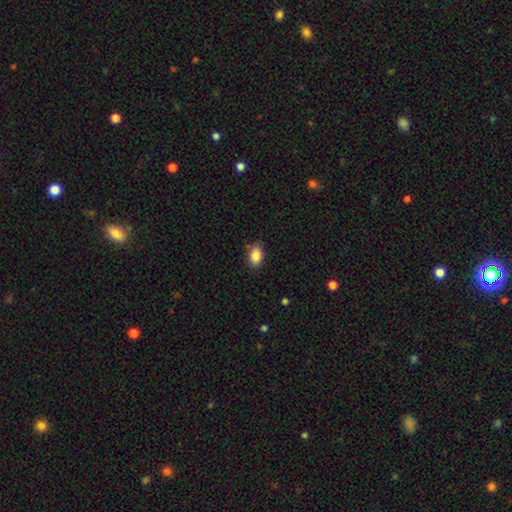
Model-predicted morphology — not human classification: Q: Smooth or featured?
A: smooth (88%); runner-up: star or artifact (8%)
Q: How rounded?
A: in between (86%); runner-up: round (12%)
Q: Merging?
A: none (80%); runner-up: minor disturbance (15%)